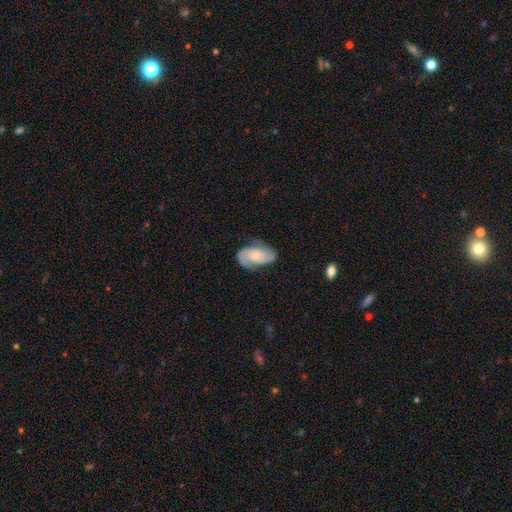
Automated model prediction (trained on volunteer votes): Smooth or featured: featured or disk — 72% (smooth — 22%)
Edge-on disk: no — 97% (yes — 3%)
Bar: no — 68% (weak — 26%)
Spiral arms: yes — 94% (no — 6%)
Spiral winding: medium — 45% (tight — 31%)
Spiral arm count: 2 — 87% (can't tell — 6%)
Bulge size: small — 57% (moderate — 31%)
Merging: none — 69% (minor disturbance — 21%)